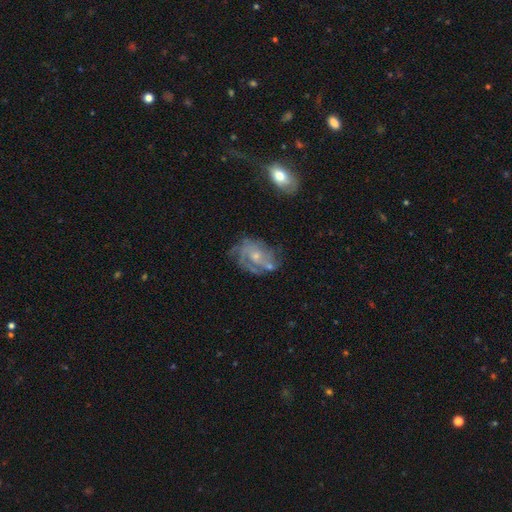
Smooth or featured: featured or disk — 86% (smooth — 11%)
Edge-on disk: no — 97% (yes — 3%)
Bar: no — 80% (weak — 17%)
Spiral arms: yes — 90% (no — 10%)
Spiral winding: tight — 56% (medium — 41%)
Spiral arm count: can't tell — 41% (1 — 26%)
Bulge size: small — 63% (moderate — 33%)
Merging: none — 49% (merger — 26%)